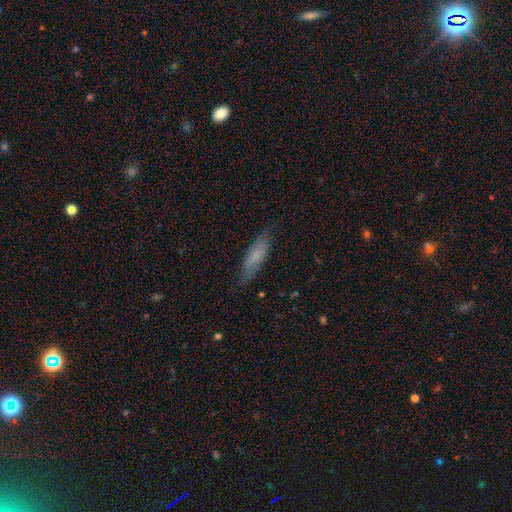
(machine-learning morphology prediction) A smooth galaxy with no disk features (69%) that is cigar-shaped (60%). Merging: none (76%).